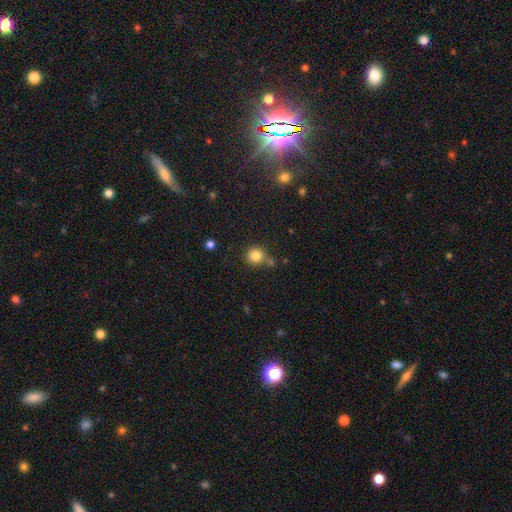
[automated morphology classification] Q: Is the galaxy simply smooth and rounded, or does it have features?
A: smooth — 82%.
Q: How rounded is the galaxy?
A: round — 91%.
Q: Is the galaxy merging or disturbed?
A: none — 66%.